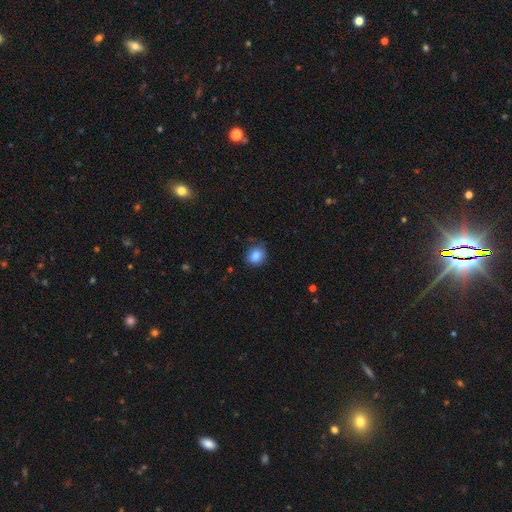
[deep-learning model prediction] Morphology: type=smooth (84%); roundness=round (70%); merging=none (73%).